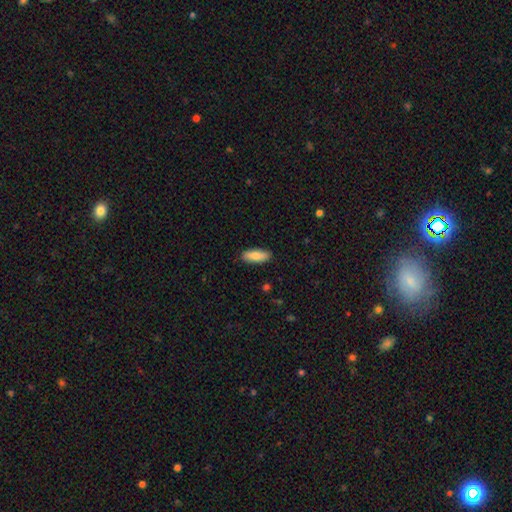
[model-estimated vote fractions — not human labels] Morphology: type=smooth (80%); roundness=in between (70%); merging=none (89%).